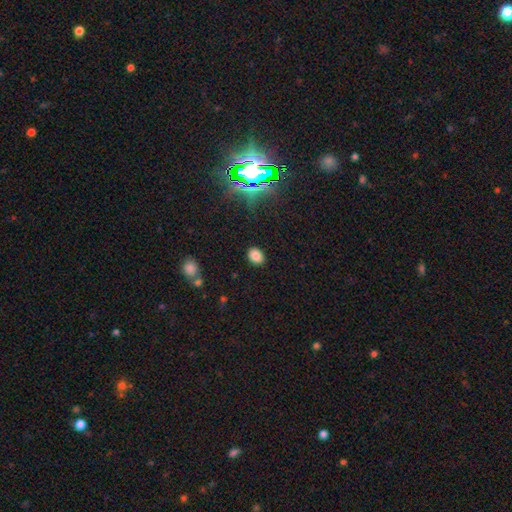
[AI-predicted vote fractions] The model was most divided on "how rounded": in between: 70%, round: 29%, cigar-shaped: 1%. More confident: merging — none (87%); smooth or featured — smooth (82%).